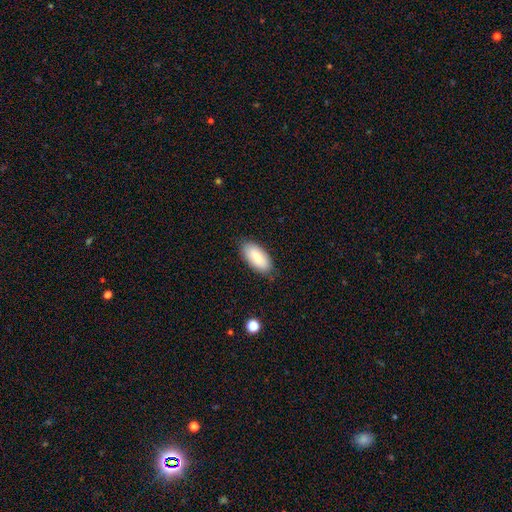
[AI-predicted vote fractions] A smooth galaxy with no disk features (78%) that is in between round and cigar-shaped (92%). Merging: none (83%).